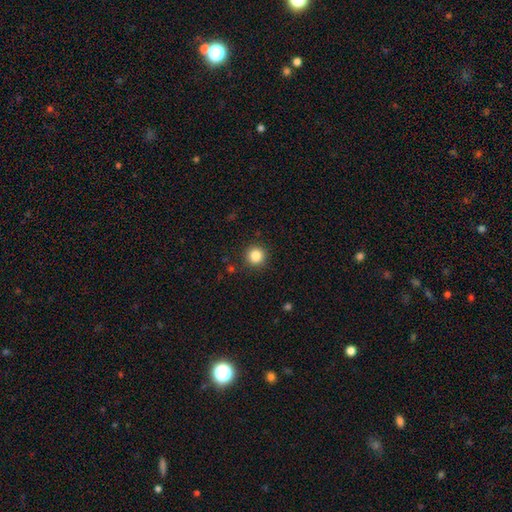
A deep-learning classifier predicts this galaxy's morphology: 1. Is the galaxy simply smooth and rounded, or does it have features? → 85% smooth, 11% star or artifact, 4% featured or disk.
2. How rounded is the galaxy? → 95% round, 4% in between, 1% cigar-shaped.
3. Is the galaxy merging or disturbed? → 90% none, 6% minor disturbance, 2% major disturbance, 1% merger.